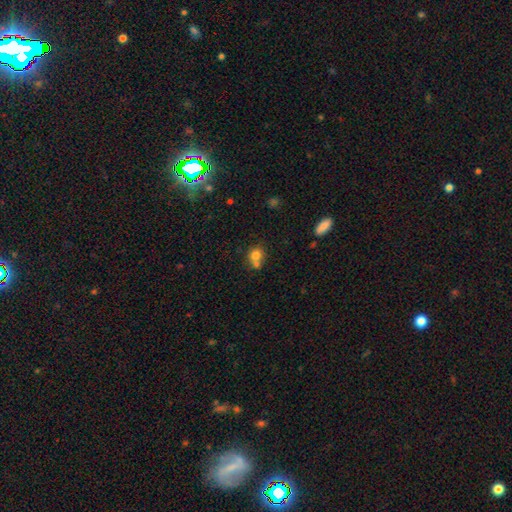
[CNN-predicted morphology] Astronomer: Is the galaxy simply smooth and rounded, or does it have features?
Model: smooth — 77%.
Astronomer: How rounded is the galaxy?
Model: round — 77%.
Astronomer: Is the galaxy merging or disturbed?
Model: merger — 43%, tied with none at 43%.